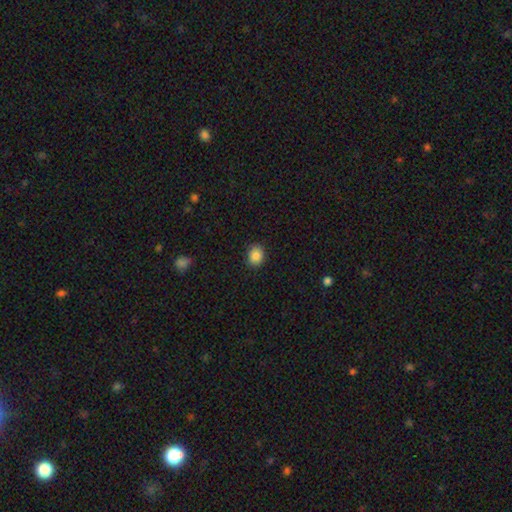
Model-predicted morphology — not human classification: smooth 86%, star or artifact 9%, featured or disk 5%. Down the decision tree: how rounded — round (59%); merging — none (88%).